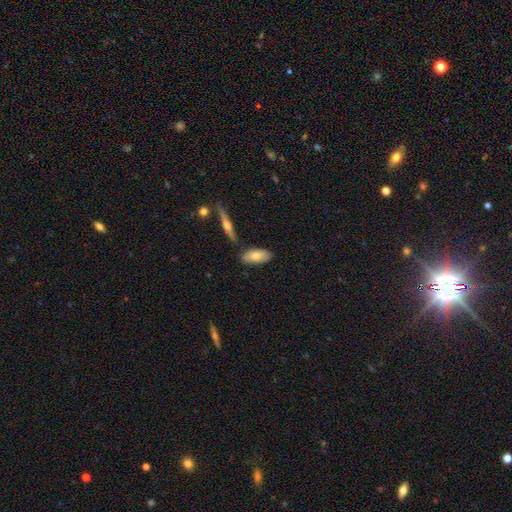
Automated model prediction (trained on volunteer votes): Smooth or featured: smooth — 69% (featured or disk — 25%)
How rounded: in between — 84% (cigar-shaped — 14%)
Merging: none — 75% (minor disturbance — 15%)